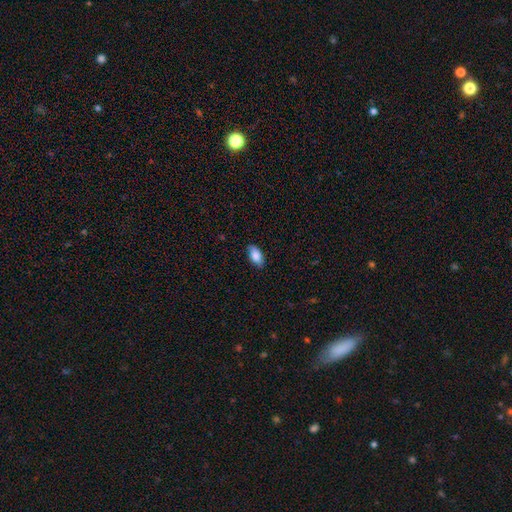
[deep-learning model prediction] This is clearly a smooth galaxy (85%). How rounded: clearly in between (91%). Merging: clearly none (86%).